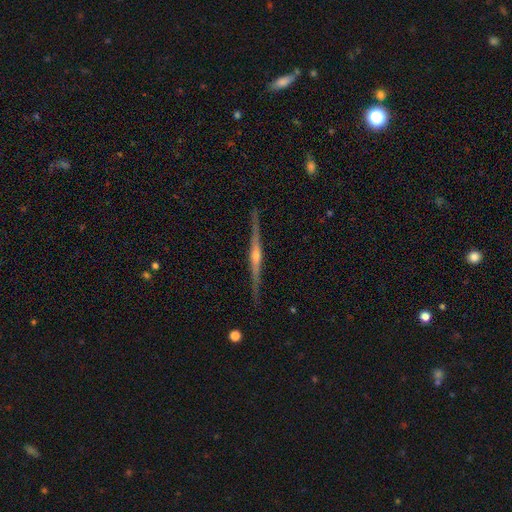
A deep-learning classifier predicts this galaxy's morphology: Q: Smooth or featured?
A: featured or disk (86%); runner-up: smooth (8%)
Q: Edge-on disk?
A: yes (98%); runner-up: no (2%)
Q: Edge-on bulge?
A: rounded (87%); runner-up: none (7%)
Q: Merging?
A: none (90%); runner-up: minor disturbance (7%)